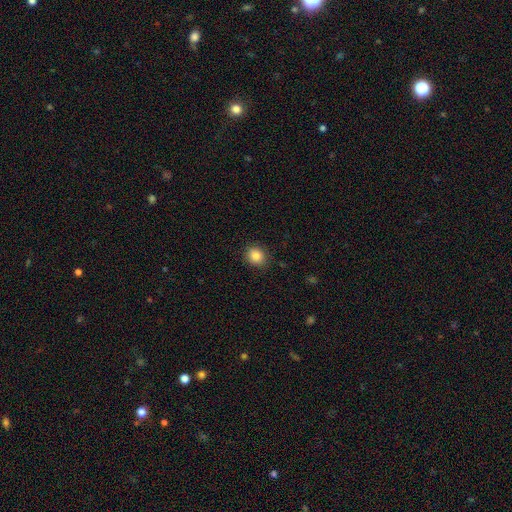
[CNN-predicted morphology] smooth_or_featured: smooth (p=0.85) [alt: star or artifact p=0.10]
how_rounded: round (p=0.74) [alt: in between p=0.25]
merging: none (p=0.87) [alt: minor disturbance p=0.09]